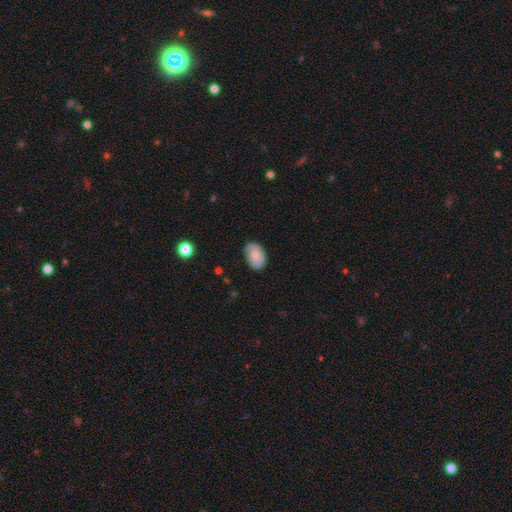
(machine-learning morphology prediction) This appears to be a smooth galaxy with no disk features (75%) that is in between round and cigar-shaped (87%). Merging: none (68%).